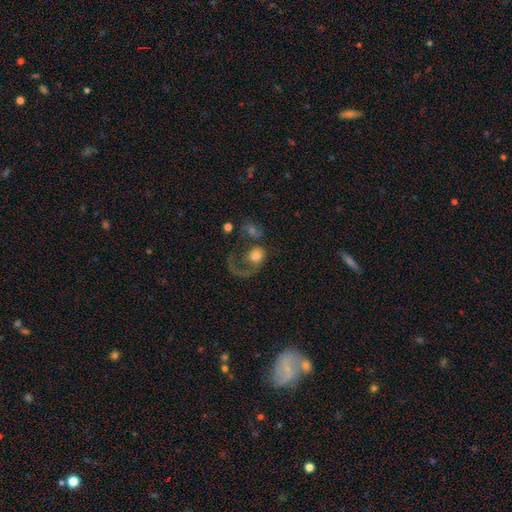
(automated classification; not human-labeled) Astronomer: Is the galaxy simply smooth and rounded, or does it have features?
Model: smooth — 47% (runner-up: featured or disk, 42%).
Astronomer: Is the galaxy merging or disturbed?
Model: major disturbance — 47%.